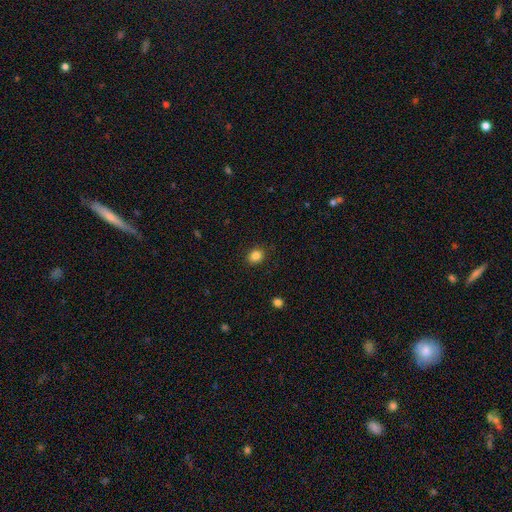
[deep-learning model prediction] A smooth galaxy with no disk features (85%) that is round (63%).

Vote fractions:
- Smooth or featured? smooth: 85% / star or artifact: 11% / featured or disk: 5%
- How rounded? round: 63% / in between: 36% / cigar-shaped: 1%
- Merging? none: 87% / minor disturbance: 9% / major disturbance: 3% / merger: 1%